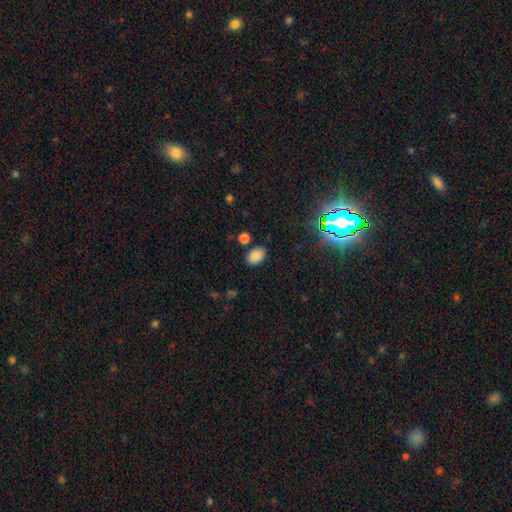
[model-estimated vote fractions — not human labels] A smooth galaxy with no disk features (83%) that is in between round and cigar-shaped (87%). Merging: none (82%).